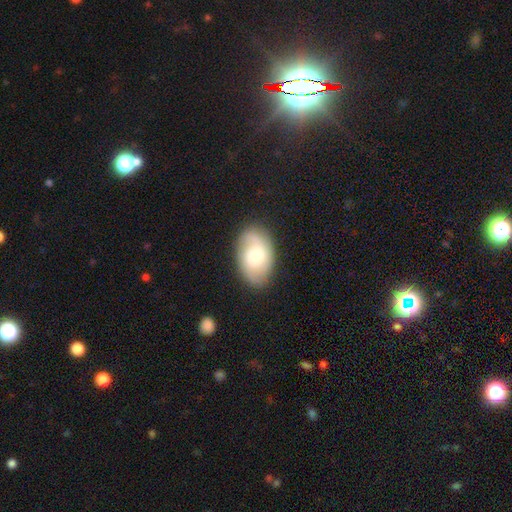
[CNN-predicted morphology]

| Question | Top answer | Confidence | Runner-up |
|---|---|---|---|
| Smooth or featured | smooth | 50% | featured or disk (42%) |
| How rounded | in between | 88% | round (11%) |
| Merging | none | 79% | minor disturbance (15%) |